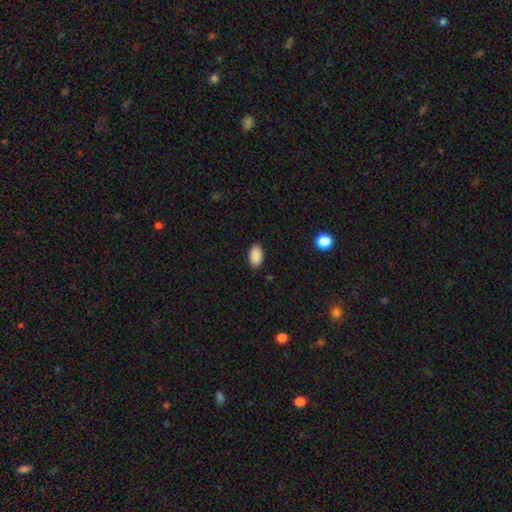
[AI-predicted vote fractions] Morphology: type=smooth (90%); roundness=in between (92%); merging=none (88%).